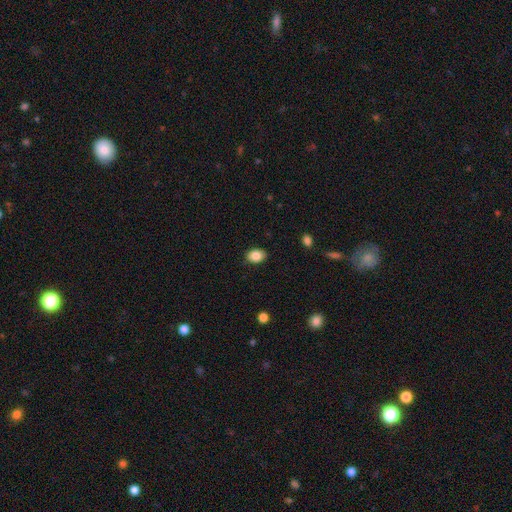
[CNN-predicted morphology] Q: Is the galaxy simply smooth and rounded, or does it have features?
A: smooth — 86%.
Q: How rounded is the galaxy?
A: in between — 69%.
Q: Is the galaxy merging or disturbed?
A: none — 86%.